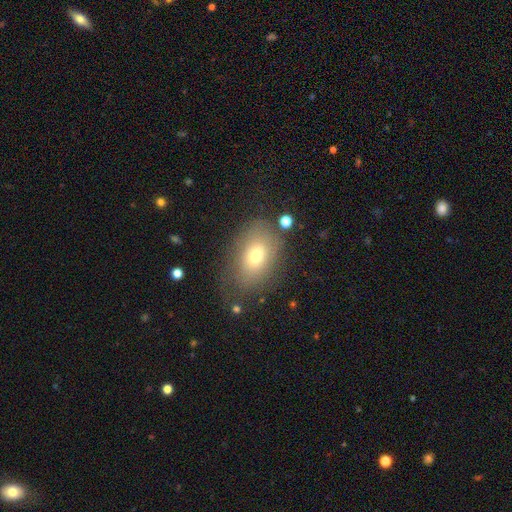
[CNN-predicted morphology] Smooth or featured: smooth — 69% (featured or disk — 20%)
How rounded: in between — 83% (round — 15%)
Merging: none — 70% (minor disturbance — 19%)